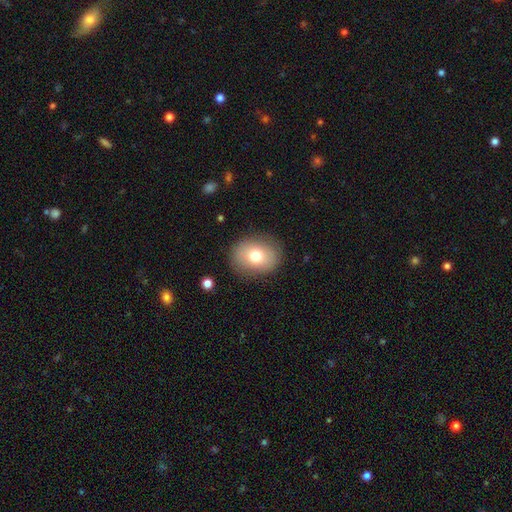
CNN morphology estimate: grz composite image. It shows a smooth galaxy with no disk features (74%) that is round (51%). Merging: none (85%).